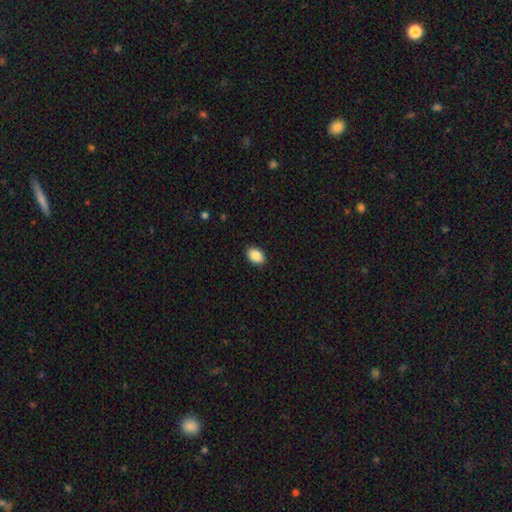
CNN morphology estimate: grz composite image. It shows a smooth galaxy with no disk features (89%) that is in between round and cigar-shaped (86%). Merging: none (90%).